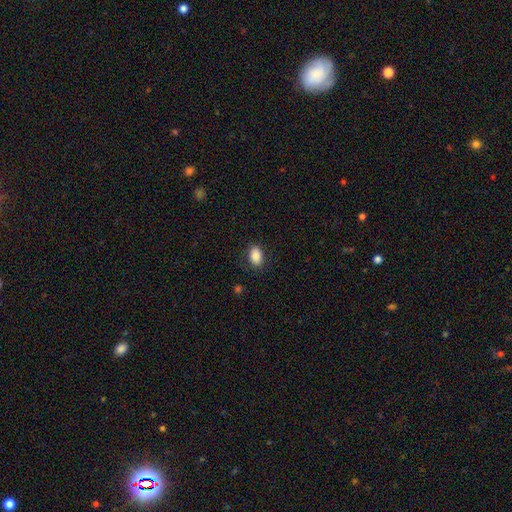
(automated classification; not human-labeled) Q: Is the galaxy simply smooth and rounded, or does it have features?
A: smooth — 86%.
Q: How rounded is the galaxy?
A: in between — 85%.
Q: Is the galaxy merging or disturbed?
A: none — 84%.